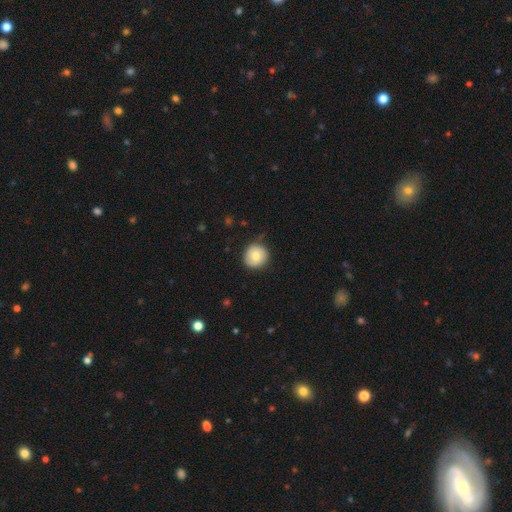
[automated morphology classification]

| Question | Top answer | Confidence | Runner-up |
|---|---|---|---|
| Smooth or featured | smooth | 75% | featured or disk (18%) |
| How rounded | round | 92% | in between (7%) |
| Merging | none | 82% | minor disturbance (14%) |